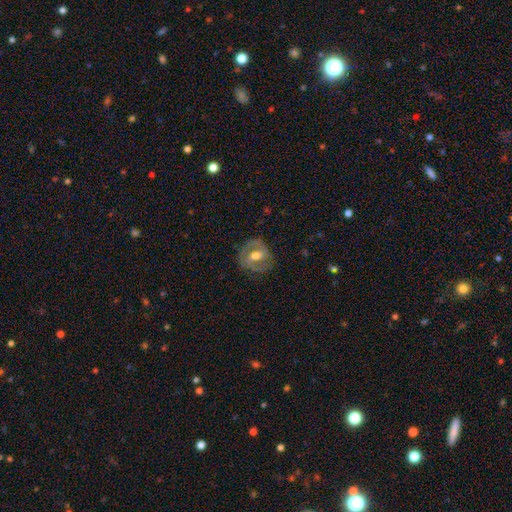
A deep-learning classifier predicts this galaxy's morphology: featured or disk 58%, smooth 35%, star or artifact 7%. Down the decision tree: edge-on disk — no (95%); bar — weak (45%); spiral arms — yes (61%); bulge size — moderate (73%); merging — none (74%).